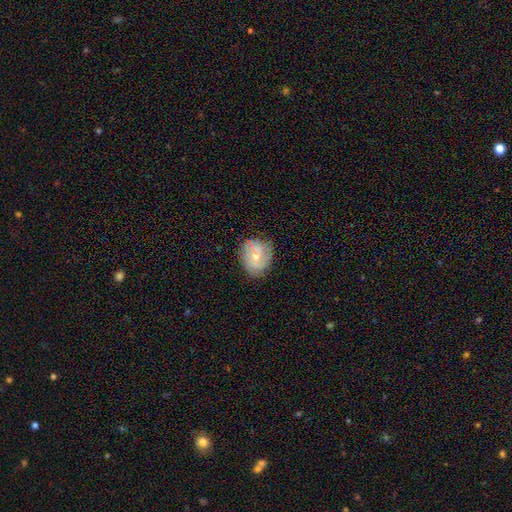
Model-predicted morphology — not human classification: Smooth or featured? Predicted: featured or disk (p=0.49). Merging? Predicted: none (p=0.72).